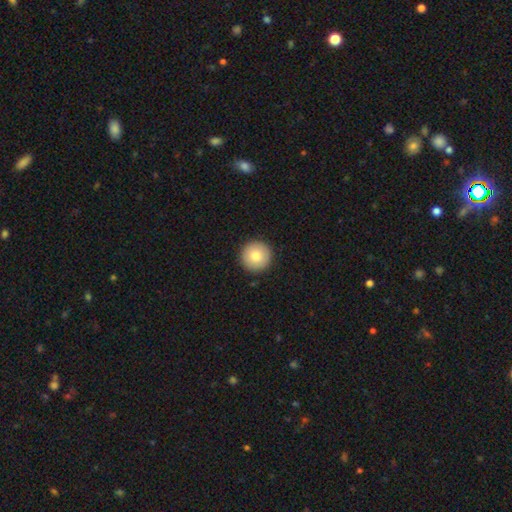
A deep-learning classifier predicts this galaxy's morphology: Smooth or featured? Predicted: smooth (p=0.81). How rounded? Predicted: round (p=0.97). Merging? Predicted: none (p=0.93).